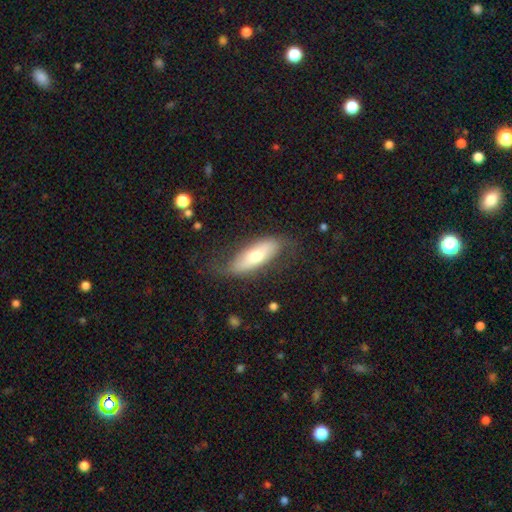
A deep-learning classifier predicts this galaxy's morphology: smooth 49%, featured or disk 44%, star or artifact 6%. Down the decision tree: merging — none (63%).